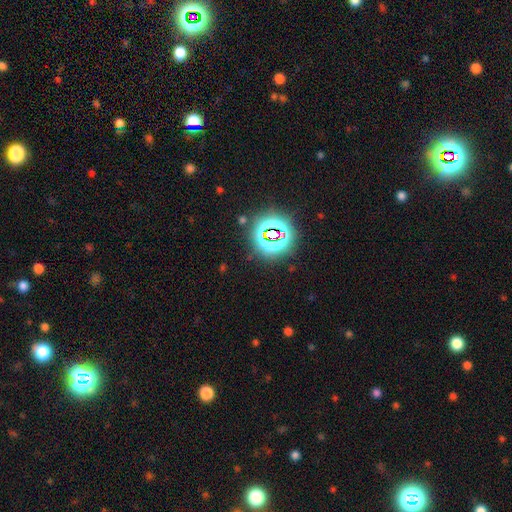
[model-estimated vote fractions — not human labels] smooth_or_featured: star or artifact (p=0.80) [alt: smooth p=0.13]